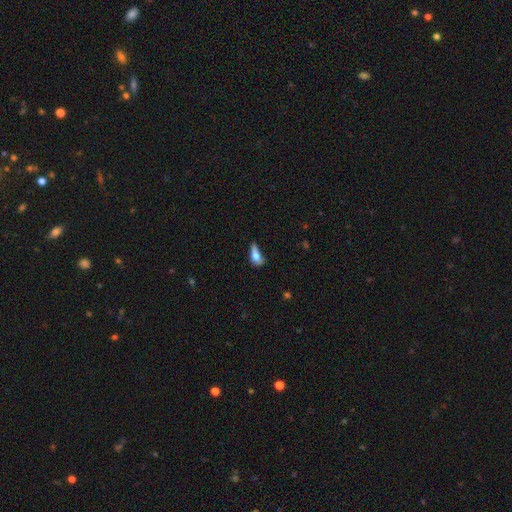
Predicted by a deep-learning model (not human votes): Morphology: type=smooth (66%); roundness=in between (74%); merging=minor disturbance (35%).